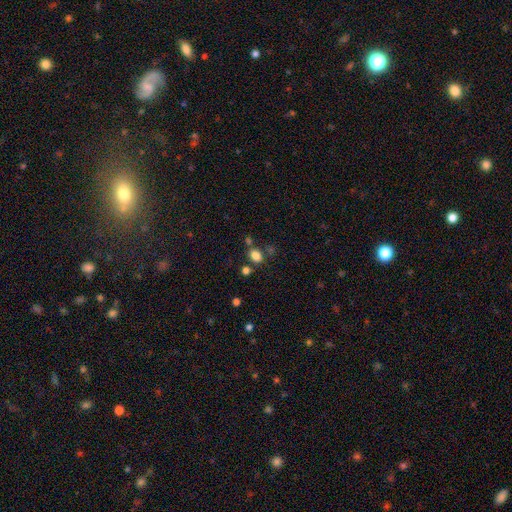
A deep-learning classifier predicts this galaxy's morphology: Q: Smooth or featured?
A: smooth (81%); runner-up: star or artifact (13%)
Q: How rounded?
A: in between (69%); runner-up: round (30%)
Q: Merging?
A: none (70%); runner-up: minor disturbance (13%)